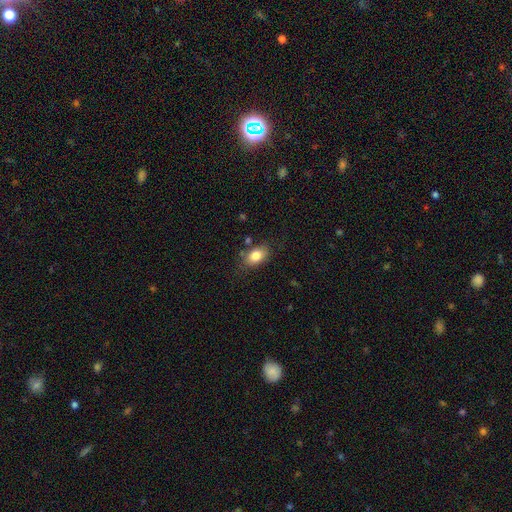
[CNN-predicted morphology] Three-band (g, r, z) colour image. It shows a smooth galaxy with no disk features (82%) that is in between round and cigar-shaped (84%). Merging: none (75%).